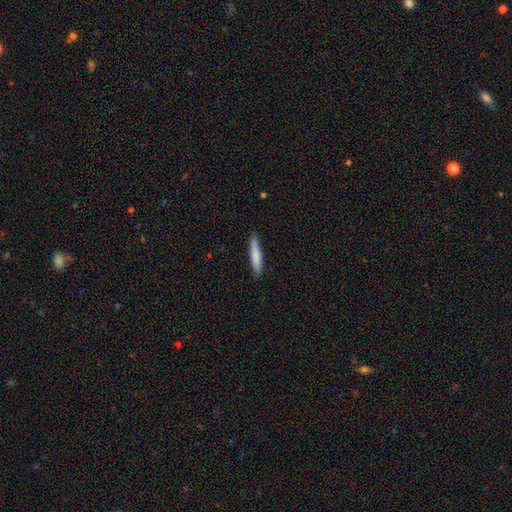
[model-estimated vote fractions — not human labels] Morphology: type=smooth (78%); roundness=cigar-shaped (89%); merging=none (87%).